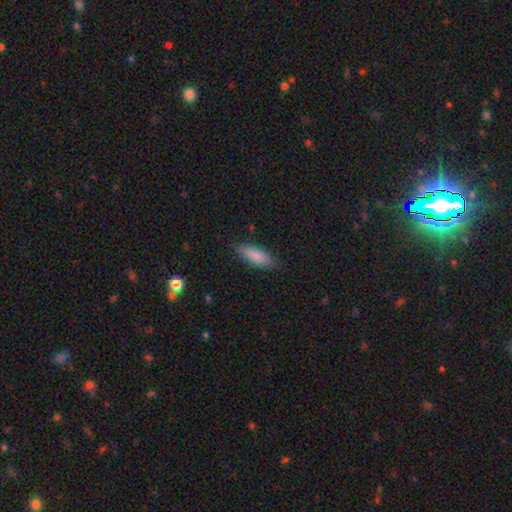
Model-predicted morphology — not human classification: A smooth galaxy with no disk features (85%) that is in between round and cigar-shaped (60%).

Vote fractions:
- Smooth or featured? smooth: 85% / featured or disk: 9% / star or artifact: 6%
- How rounded? in between: 60% / cigar-shaped: 39% / round: 2%
- Merging? none: 85% / minor disturbance: 12% / major disturbance: 2% / merger: 1%